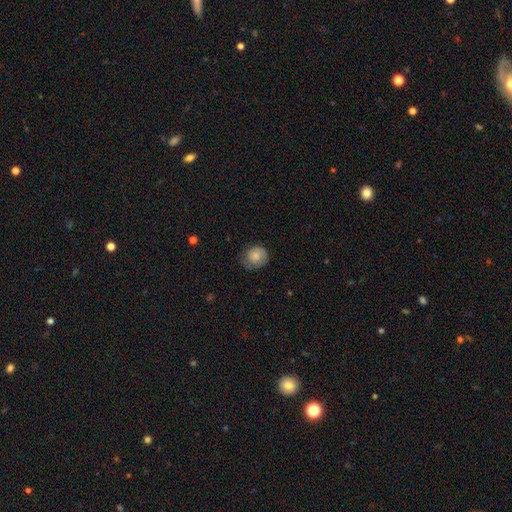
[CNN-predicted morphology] Overall: smooth (79%). How rounded: round (75%). Merging: none (60%; minor disturbance 30%).